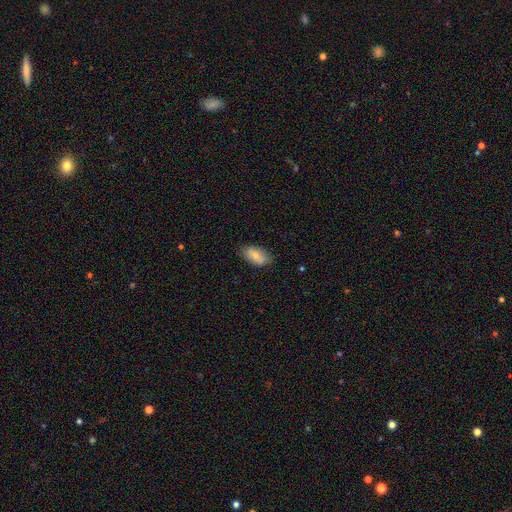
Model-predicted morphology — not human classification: smooth_or_featured: smooth (p=0.74) [alt: featured or disk p=0.19]
how_rounded: in between (p=0.92) [alt: round p=0.04]
merging: none (p=0.79) [alt: minor disturbance p=0.17]